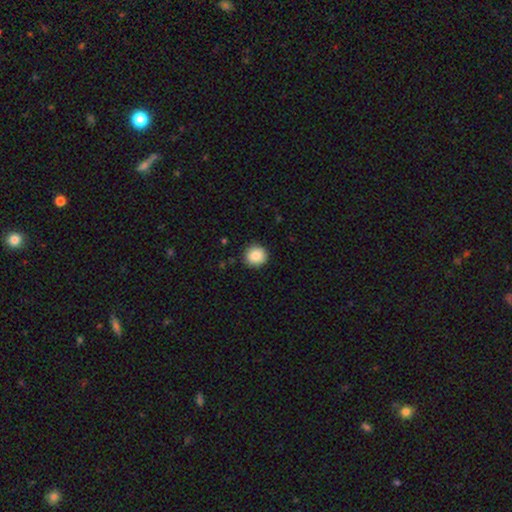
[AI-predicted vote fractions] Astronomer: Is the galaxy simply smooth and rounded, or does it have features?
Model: smooth — 88%.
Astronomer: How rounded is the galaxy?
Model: round — 92%.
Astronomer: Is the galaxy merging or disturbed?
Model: none — 90%.